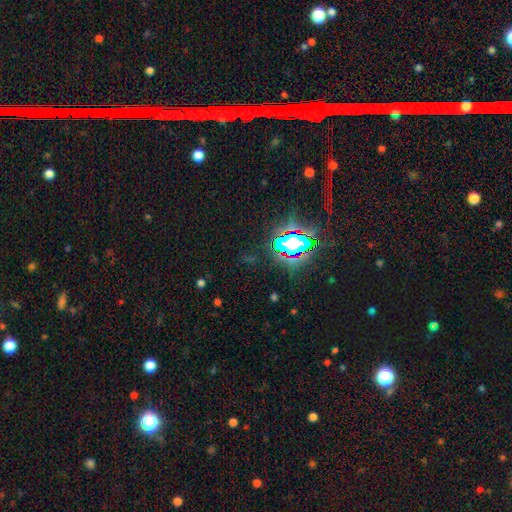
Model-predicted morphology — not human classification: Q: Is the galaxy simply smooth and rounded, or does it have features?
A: star or artifact — 83%.